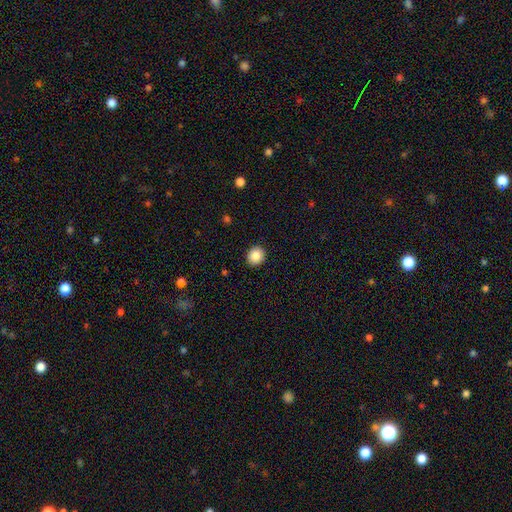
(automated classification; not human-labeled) Smooth or featured?
  - smooth: 88% *
  - star or artifact: 9%
  - featured or disk: 3%
How rounded?
  - round: 84% *
  - in between: 15%
  - cigar-shaped: 1%
Merging?
  - none: 91% *
  - minor disturbance: 6%
  - major disturbance: 2%
  - merger: 1%